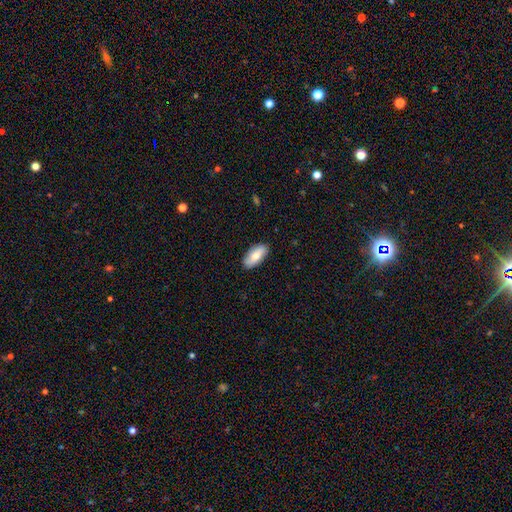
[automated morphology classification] Smooth or featured?
  - smooth: 71% *
  - featured or disk: 23%
  - star or artifact: 6%
How rounded?
  - in between: 88% *
  - cigar-shaped: 10%
  - round: 3%
Merging?
  - none: 87% *
  - minor disturbance: 10%
  - major disturbance: 2%
  - merger: 1%